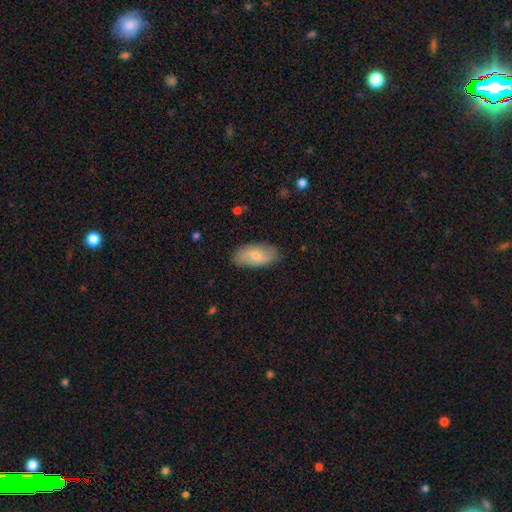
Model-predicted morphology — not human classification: Smooth or featured? smooth (62%)
How rounded? in between (91%)
Merging? none (84%)